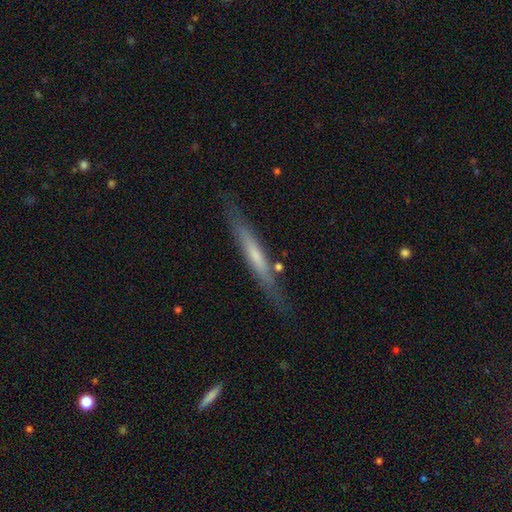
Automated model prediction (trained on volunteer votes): This is possibly a featured or disk galaxy (51%). It is clearly viewed edge-on (91%). Merging: likely none (79%).